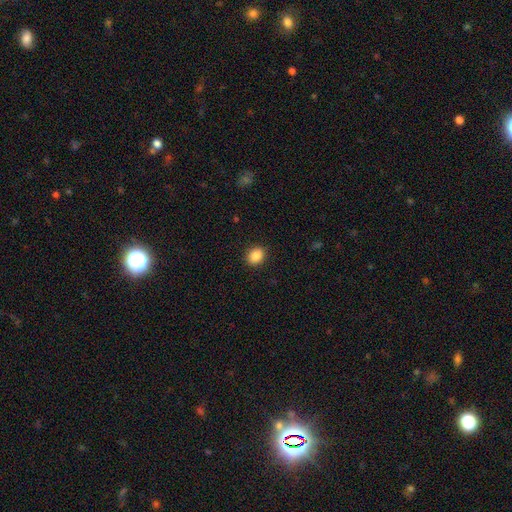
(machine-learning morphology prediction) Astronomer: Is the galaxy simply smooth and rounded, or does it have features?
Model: smooth — 88%.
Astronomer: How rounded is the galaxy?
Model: in between — 51% (runner-up: round, 48%).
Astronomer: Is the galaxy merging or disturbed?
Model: none — 90%.